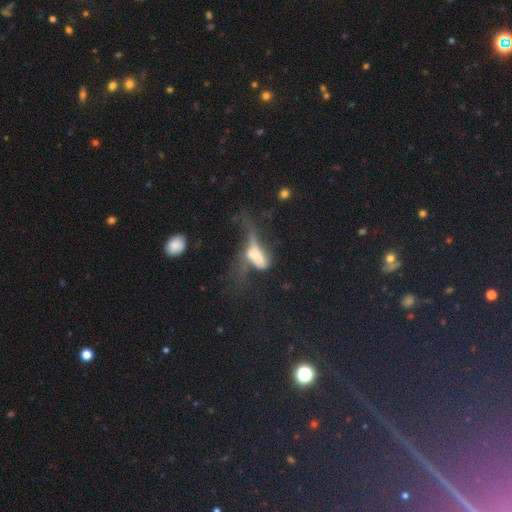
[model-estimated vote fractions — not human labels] smooth 47%, featured or disk 41%, star or artifact 13%. Down the decision tree: merging — major disturbance (54%).